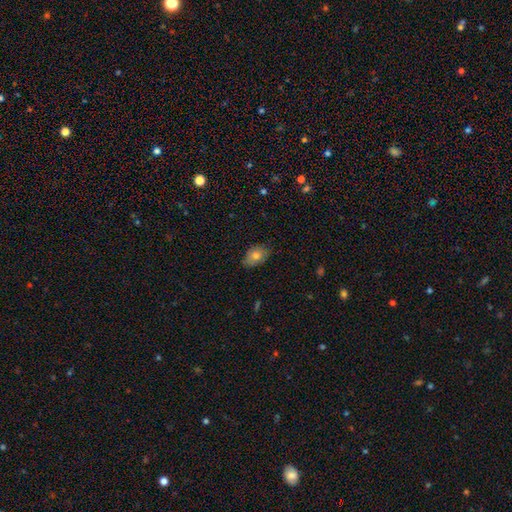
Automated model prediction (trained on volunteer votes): Morphology: type=smooth (76%); roundness=in between (83%); merging=none (75%).